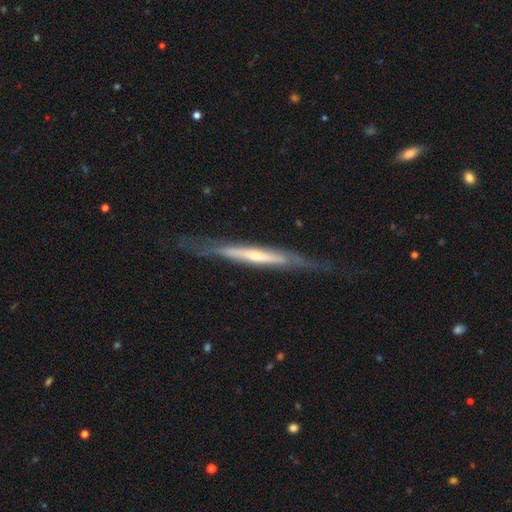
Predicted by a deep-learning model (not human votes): The model was most divided on "edge-on bulge": rounded: 48%, none: 44%, boxy: 8%. More confident: edge-on disk — yes (88%); smooth or featured — featured or disk (73%); merging — none (71%).